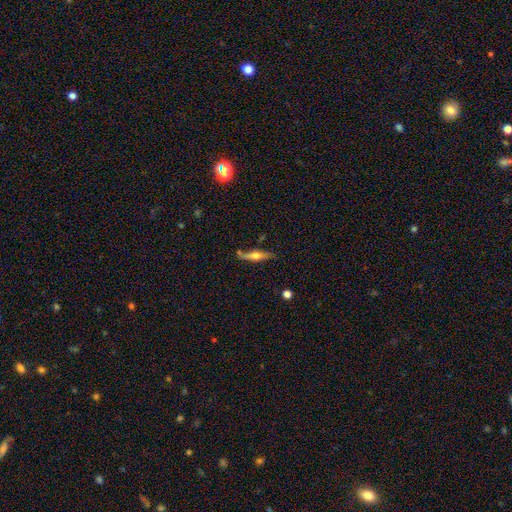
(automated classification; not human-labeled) featured or disk 56%, smooth 38%, star or artifact 6%. Down the decision tree: edge-on disk — yes (93%); edge-on bulge — rounded (92%); merging — none (76%).